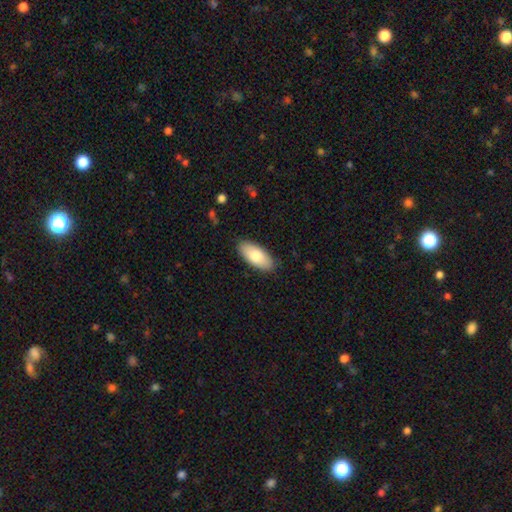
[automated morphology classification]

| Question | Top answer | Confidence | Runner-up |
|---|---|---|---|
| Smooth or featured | smooth | 80% | featured or disk (15%) |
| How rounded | in between | 88% | cigar-shaped (10%) |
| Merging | none | 88% | minor disturbance (9%) |